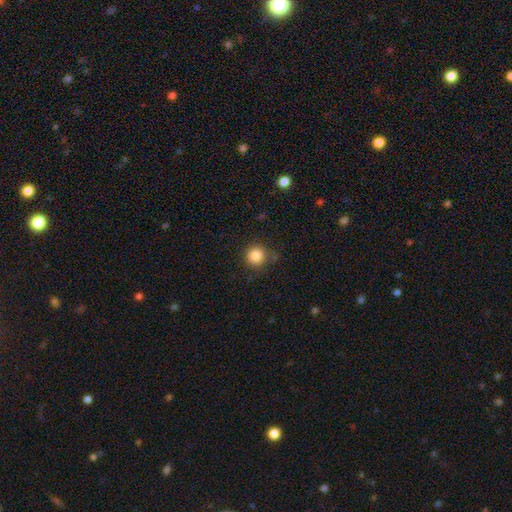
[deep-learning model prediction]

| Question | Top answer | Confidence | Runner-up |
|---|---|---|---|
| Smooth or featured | smooth | 85% | star or artifact (11%) |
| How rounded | round | 94% | in between (5%) |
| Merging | none | 78% | minor disturbance (16%) |